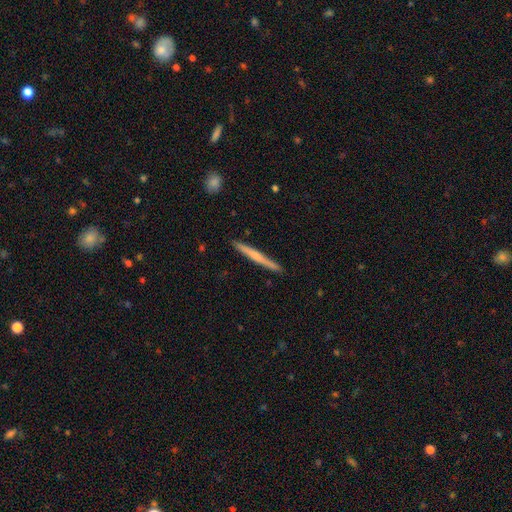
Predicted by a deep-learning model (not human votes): This is possibly a featured or disk galaxy (48%). Merging: clearly none (91%).